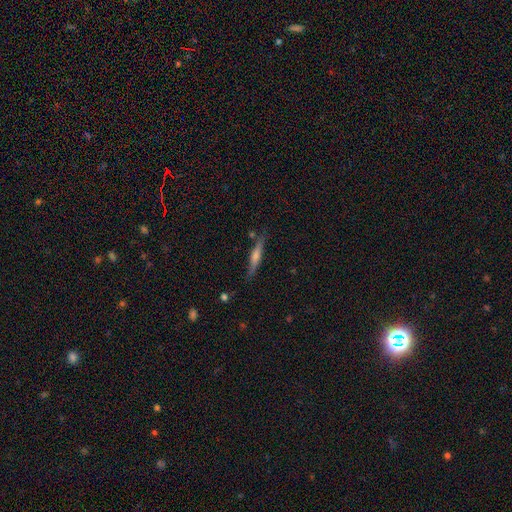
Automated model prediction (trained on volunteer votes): Smooth or featured? featured or disk (65%)
Edge-on disk? yes (97%)
Edge-on bulge? rounded (74%)
Merging? none (84%)